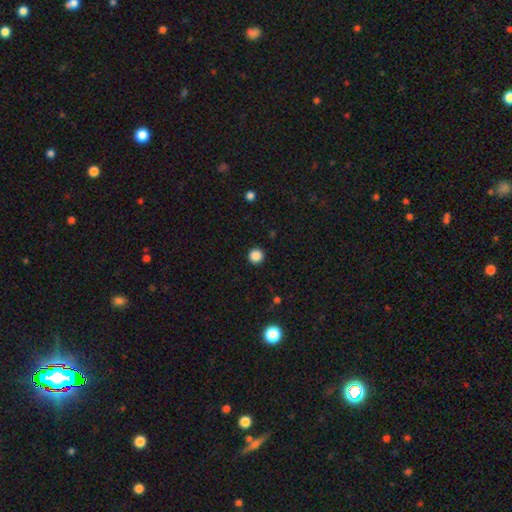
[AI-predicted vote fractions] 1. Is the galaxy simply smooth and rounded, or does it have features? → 87% smooth, 11% star or artifact, 2% featured or disk.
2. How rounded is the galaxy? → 95% round, 4% in between, 1% cigar-shaped.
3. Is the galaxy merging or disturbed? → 93% none, 5% minor disturbance, 2% major disturbance, 1% merger.